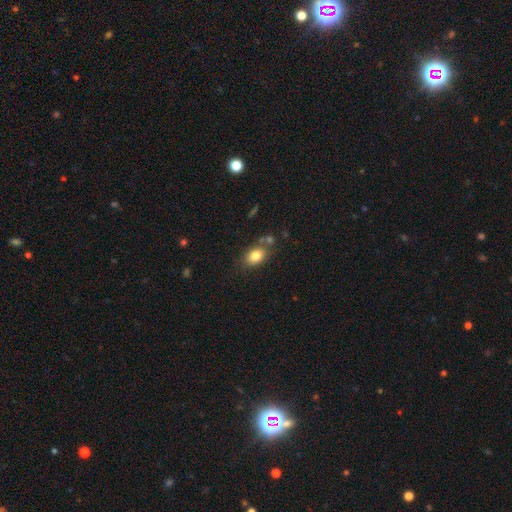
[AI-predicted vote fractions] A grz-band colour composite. It shows a smooth galaxy with no disk features (81%) that is in between round and cigar-shaped (77%). Merging: none (66%).